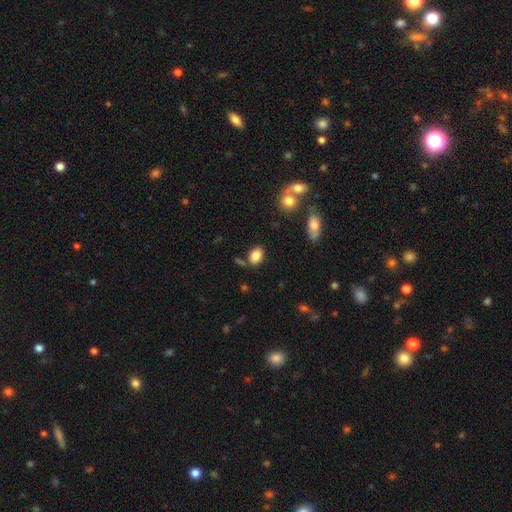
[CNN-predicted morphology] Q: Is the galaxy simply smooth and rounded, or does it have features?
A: smooth — 84%.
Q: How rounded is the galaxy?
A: in between — 80%.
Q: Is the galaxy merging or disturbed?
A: none — 76%.